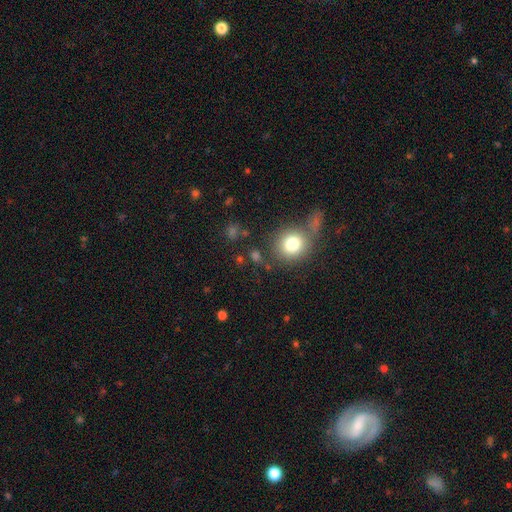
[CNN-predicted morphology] A smooth galaxy with no disk features (75%) that is round (81%).

Vote fractions:
- Smooth or featured? smooth: 75% / star or artifact: 16% / featured or disk: 9%
- How rounded? round: 81% / in between: 17% / cigar-shaped: 2%
- Merging? none: 71% / merger: 12% / minor disturbance: 11% / major disturbance: 6%